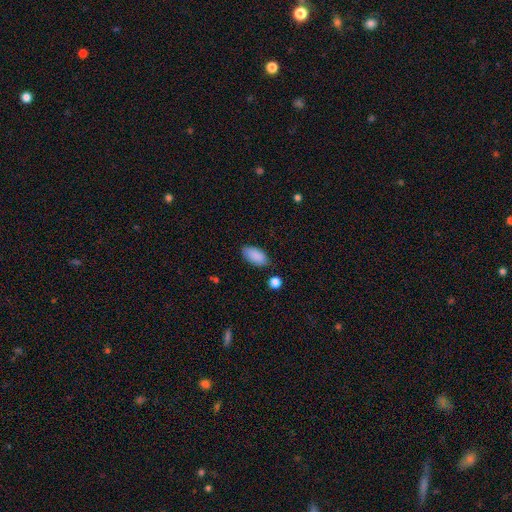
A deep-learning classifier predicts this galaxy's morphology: A smooth galaxy with no disk features (89%) that is in between round and cigar-shaped (92%). Merging: none (80%).